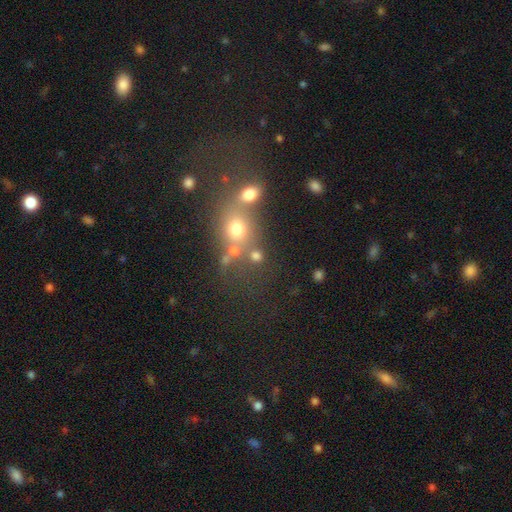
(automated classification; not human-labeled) This is likely a smooth galaxy (69%). How rounded: likely round (74%). Merging: possibly none (54%).